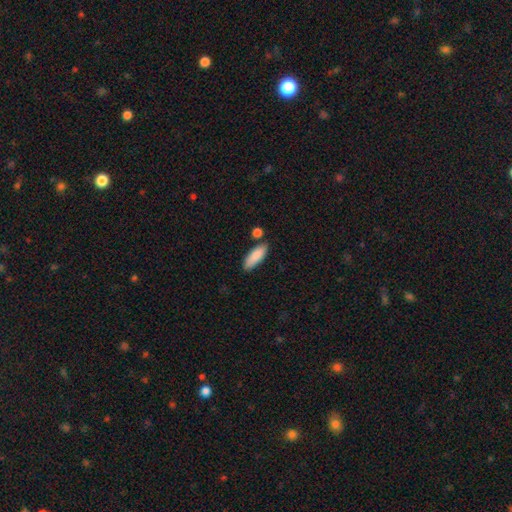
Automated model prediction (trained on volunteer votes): Smooth or featured? Predicted: smooth (p=0.87). How rounded? Predicted: in between (p=0.63). Merging? Predicted: none (p=0.75).